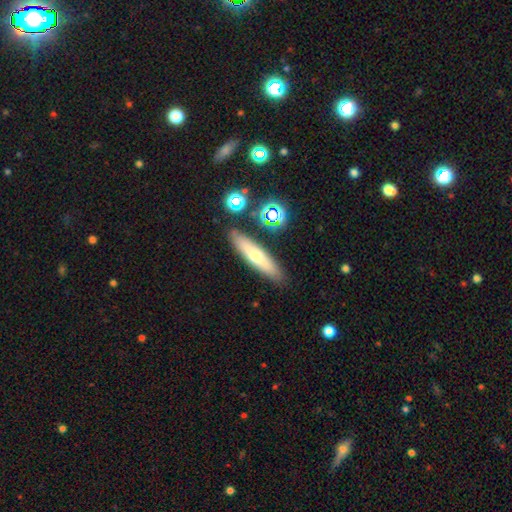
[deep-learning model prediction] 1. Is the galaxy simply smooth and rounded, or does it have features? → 58% smooth, 34% featured or disk, 9% star or artifact.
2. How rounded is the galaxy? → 81% cigar-shaped, 17% in between, 2% round.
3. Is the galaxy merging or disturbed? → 87% none, 8% minor disturbance, 3% merger, 2% major disturbance.